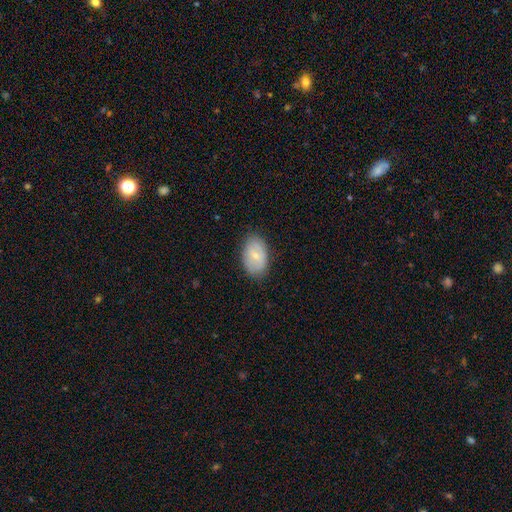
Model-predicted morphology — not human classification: Overall: smooth (62%; featured or disk 31%). How rounded: in between (89%). Merging: none (82%).